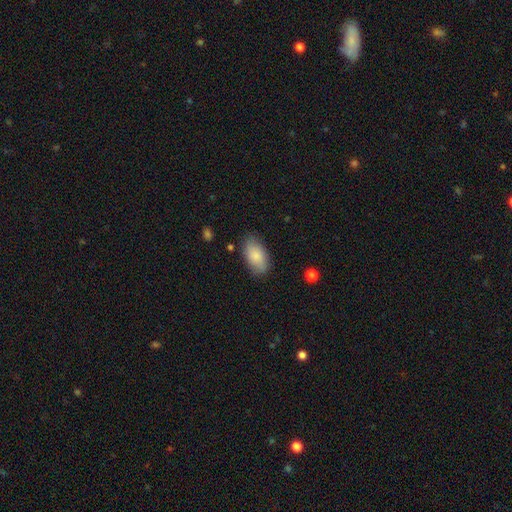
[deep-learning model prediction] smooth-or-featured: smooth: 83% | featured or disk: 10% | star or artifact: 6%
  how-rounded: in between: 94% | round: 4% | cigar-shaped: 2%
  merging: none: 79% | minor disturbance: 15% | major disturbance: 4% | merger: 1%